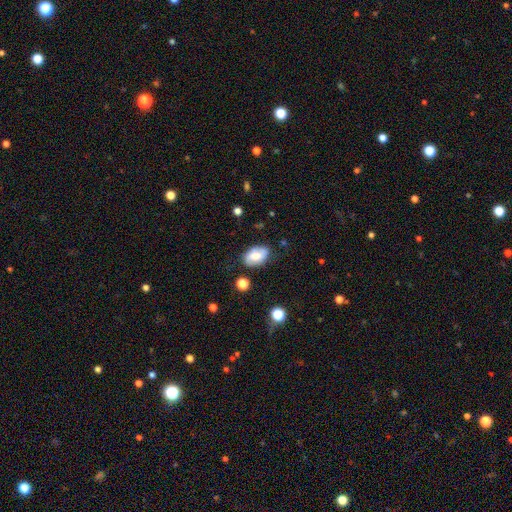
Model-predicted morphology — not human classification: Smooth or featured: smooth — 56% (featured or disk — 36%)
How rounded: in between — 89% (round — 10%)
Merging: none — 73% (minor disturbance — 19%)